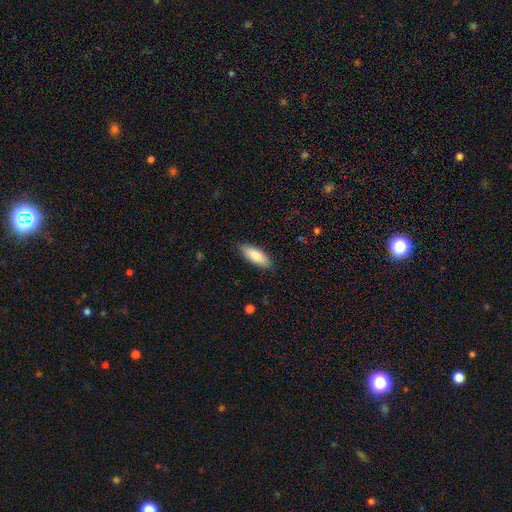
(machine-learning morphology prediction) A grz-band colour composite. It shows a smooth galaxy with no disk features (87%) that is in between round and cigar-shaped (69%). Merging: none (87%).